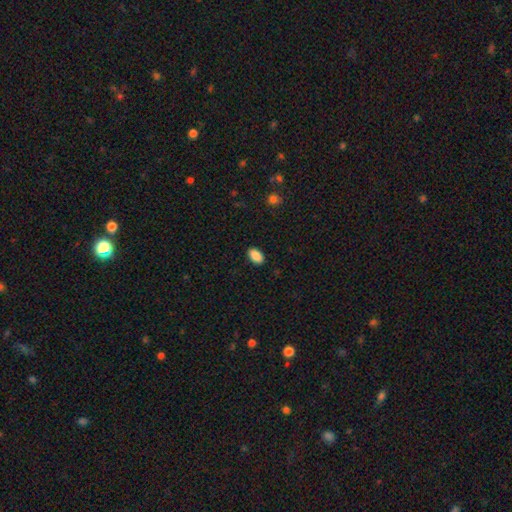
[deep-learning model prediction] smooth-or-featured: smooth: 89% | star or artifact: 7% | featured or disk: 3%
  how-rounded: in between: 93% | round: 6% | cigar-shaped: 2%
  merging: none: 89% | minor disturbance: 8% | major disturbance: 2% | merger: 1%